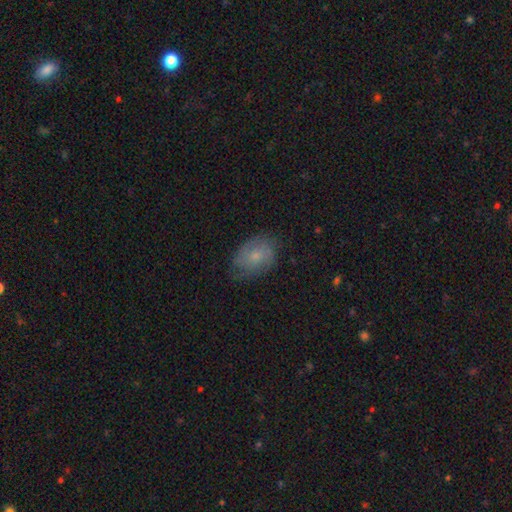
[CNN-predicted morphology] A smooth galaxy with no disk features (56%) that is in between round and cigar-shaped (78%).

Vote fractions:
- Smooth or featured? smooth: 56% / featured or disk: 36% / star or artifact: 8%
- How rounded? in between: 78% / round: 20% / cigar-shaped: 1%
- Merging? none: 69% / minor disturbance: 23% / major disturbance: 7% / merger: 1%